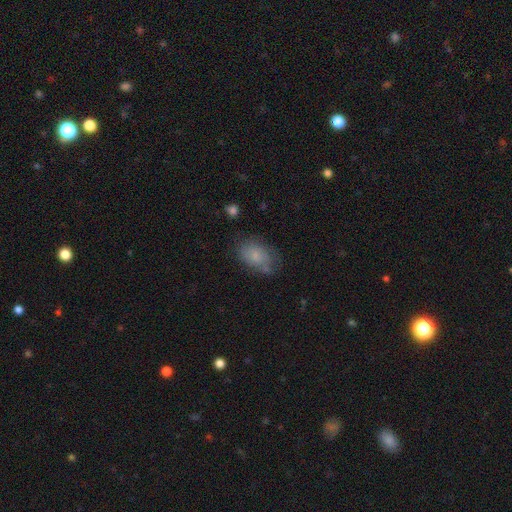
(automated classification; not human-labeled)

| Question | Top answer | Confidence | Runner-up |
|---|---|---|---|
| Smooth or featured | smooth | 77% | featured or disk (15%) |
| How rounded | in between | 85% | round (13%) |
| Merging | none | 62% | minor disturbance (24%) |